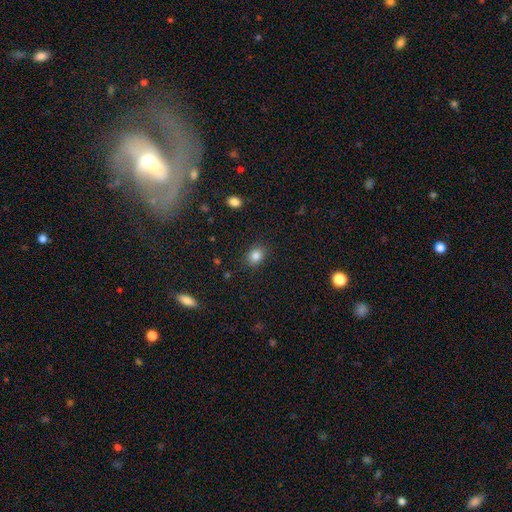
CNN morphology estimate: type=smooth (84%); roundness=round (50%); merging=none (86%).